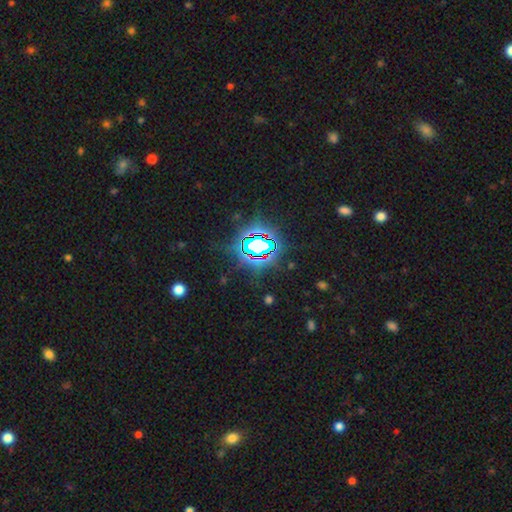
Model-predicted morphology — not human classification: A star or artifact, not a galaxy (81%).

Vote fractions:
- Smooth or featured? star or artifact: 81% / smooth: 12% / featured or disk: 7%